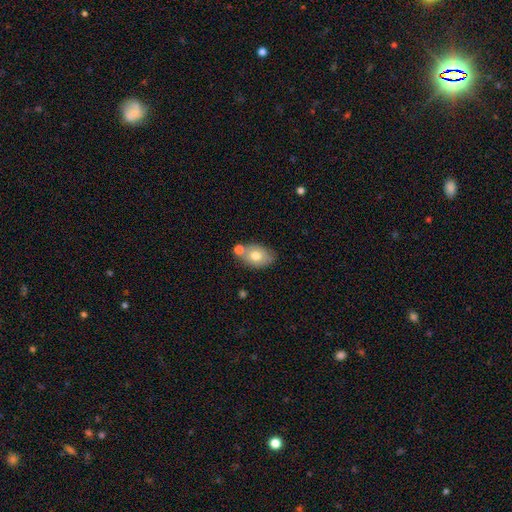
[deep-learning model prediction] Morphology: type=smooth (69%); roundness=in between (80%); merging=none (51%).